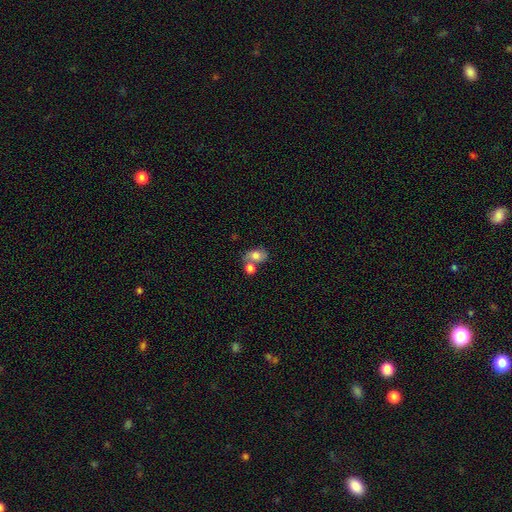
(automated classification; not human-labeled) The model was most divided on "merging": none: 41%, merger: 40%, minor disturbance: 14%, major disturbance: 6%. More confident: smooth or featured — smooth (73%); how rounded — in between (68%).